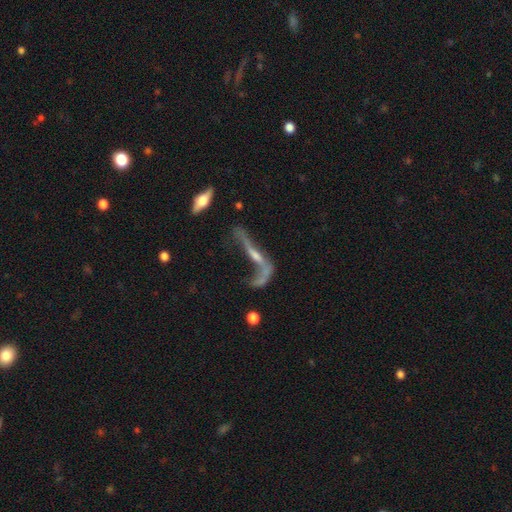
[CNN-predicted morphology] featured or disk 72%, smooth 18%, star or artifact 10%. Down the decision tree: edge-on disk — no (54%); merging — major disturbance (38%).